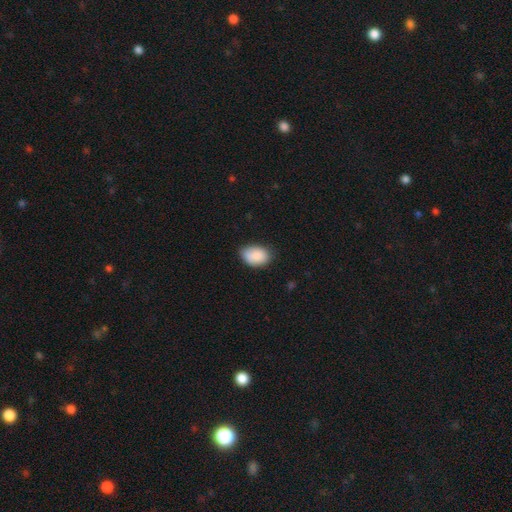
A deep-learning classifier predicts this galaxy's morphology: This appears to be a smooth galaxy with no disk features (87%) that is in between round and cigar-shaped (83%). Merging: none (74%).